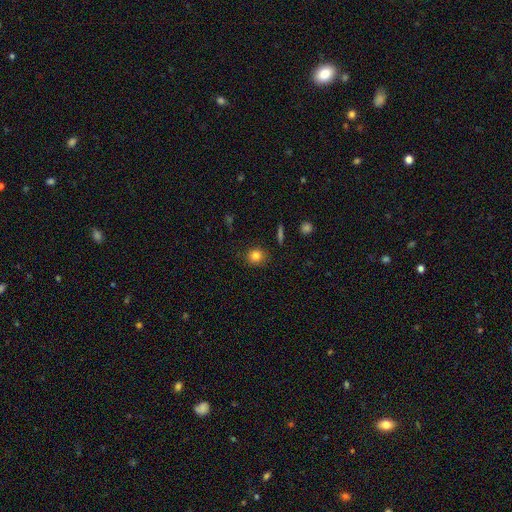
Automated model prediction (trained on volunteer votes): A smooth galaxy with no disk features (83%) that is round (82%). Merging: none (87%).